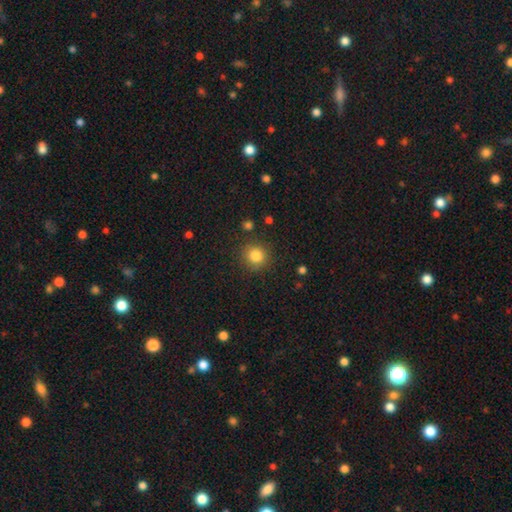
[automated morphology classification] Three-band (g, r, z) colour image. It shows a smooth galaxy with no disk features (83%) that is round (91%). Merging: none (87%).